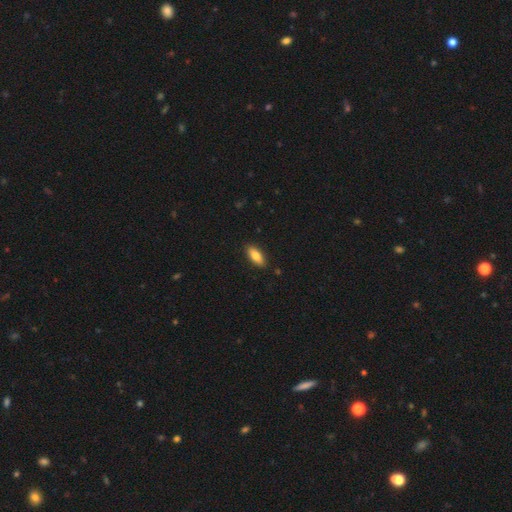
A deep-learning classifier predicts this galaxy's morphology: smooth-or-featured: smooth: 78% | featured or disk: 16% | star or artifact: 6%
  how-rounded: in between: 77% | cigar-shaped: 21% | round: 2%
  merging: none: 89% | minor disturbance: 8% | major disturbance: 2% | merger: 1%